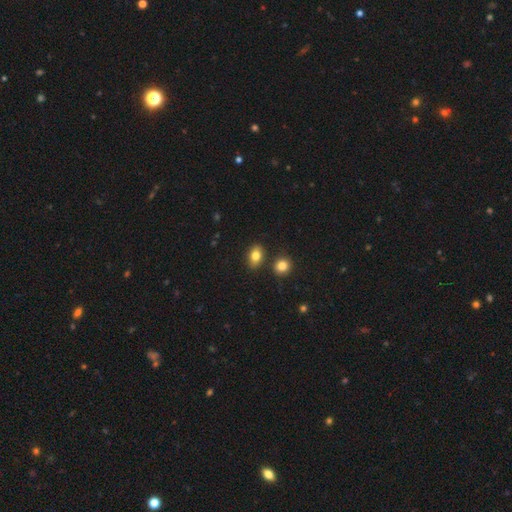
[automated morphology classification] Smooth or featured: smooth — 81% (featured or disk — 9%)
How rounded: in between — 81% (round — 17%)
Merging: none — 80% (minor disturbance — 10%)